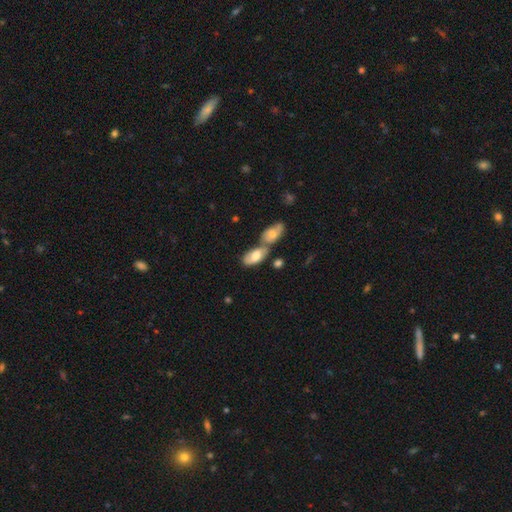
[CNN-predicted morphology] This is likely a smooth galaxy (64%). How rounded: clearly in between (91%). Merging: possibly merger (52%).